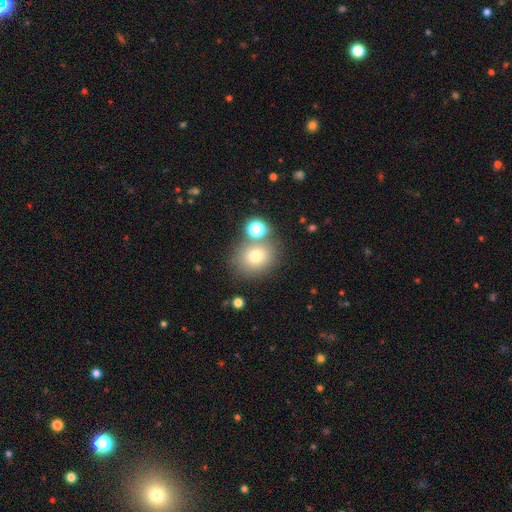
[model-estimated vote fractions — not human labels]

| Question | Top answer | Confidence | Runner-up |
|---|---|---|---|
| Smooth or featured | smooth | 74% | star or artifact (14%) |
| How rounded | round | 72% | in between (27%) |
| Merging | none | 69% | merger (15%) |